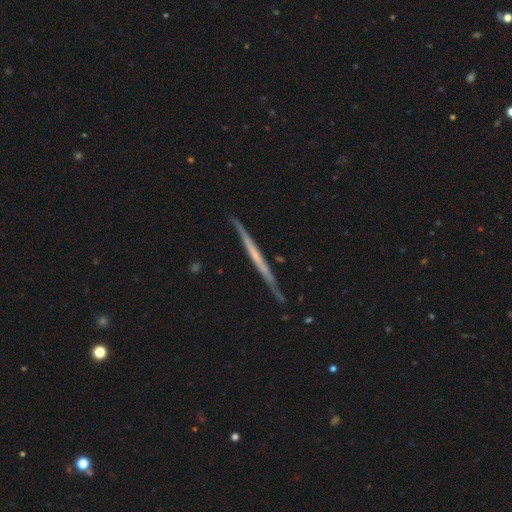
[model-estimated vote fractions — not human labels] A featured or disk galaxy (67%) viewed edge-on (97%) with no central bulge (84%). Merging: none (86%).